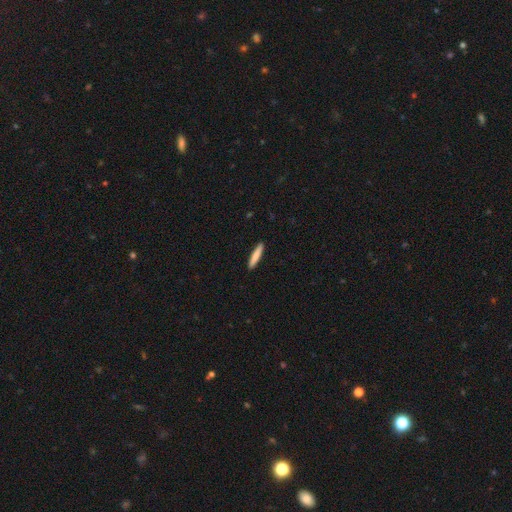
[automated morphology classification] smooth-or-featured: smooth: 81% | featured or disk: 13% | star or artifact: 5%
  how-rounded: cigar-shaped: 93% | in between: 6% | round: 1%
  merging: none: 92% | minor disturbance: 6% | major disturbance: 1% | merger: 1%